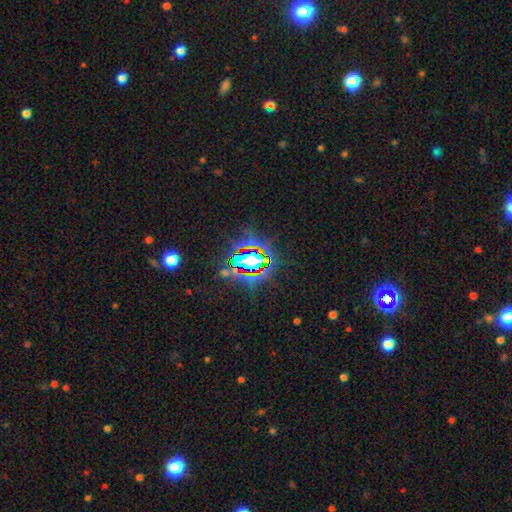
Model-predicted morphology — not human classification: Overall: star or artifact (73%).